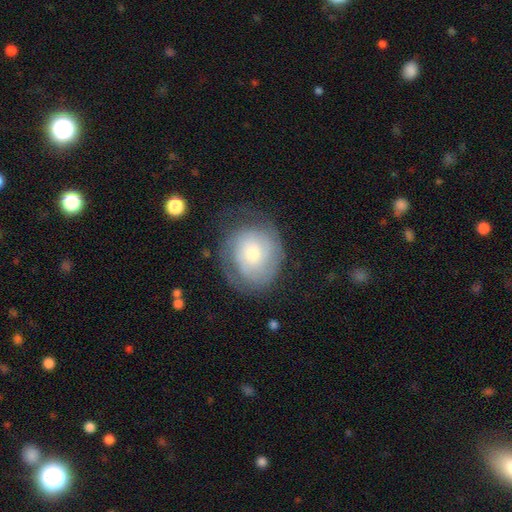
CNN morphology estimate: featured or disk 57%, smooth 35%, star or artifact 8%. Down the decision tree: edge-on disk — no (97%); bar — no (81%); spiral arms — yes (78%); bulge size — moderate (48%); merging — none (66%).